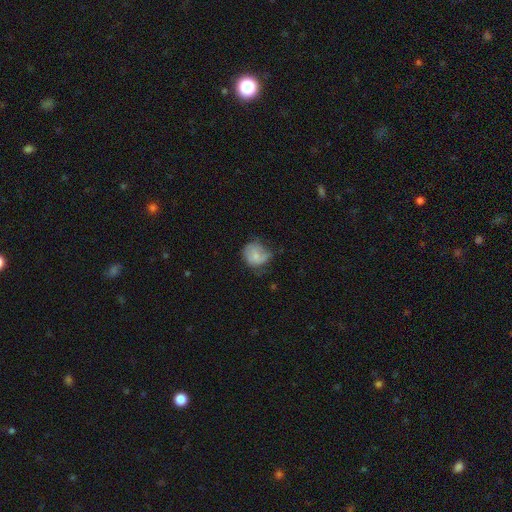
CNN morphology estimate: smooth-or-featured: smooth: 64% | featured or disk: 27% | star or artifact: 9%
  how-rounded: round: 67% | in between: 32% | cigar-shaped: 1%
  merging: none: 40% | minor disturbance: 37% | major disturbance: 21% | merger: 2%